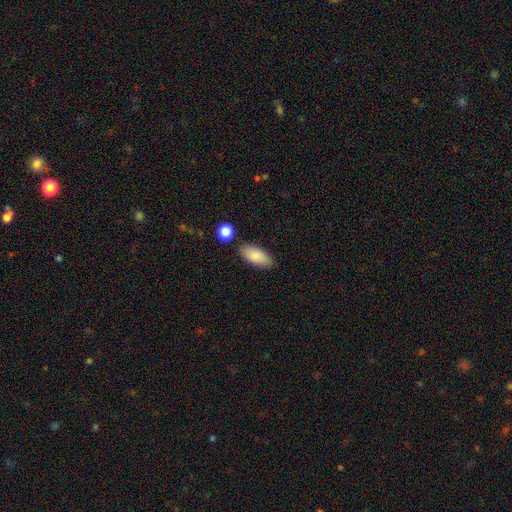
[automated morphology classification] This appears to be a smooth galaxy with no disk features (86%) that is in between round and cigar-shaped (89%). Merging: none (80%).